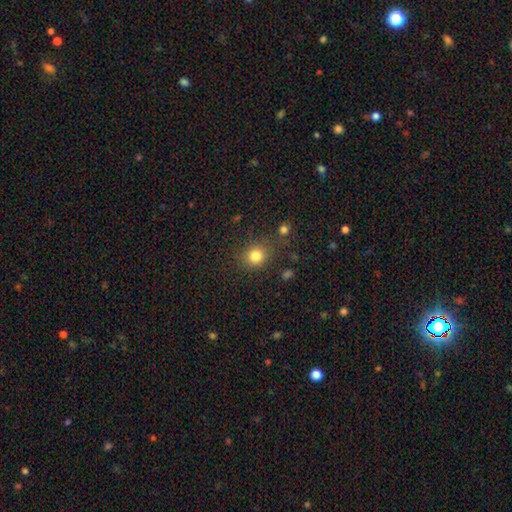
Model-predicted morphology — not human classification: Smooth or featured? Predicted: smooth (p=0.82). How rounded? Predicted: round (p=0.82). Merging? Predicted: none (p=0.79).